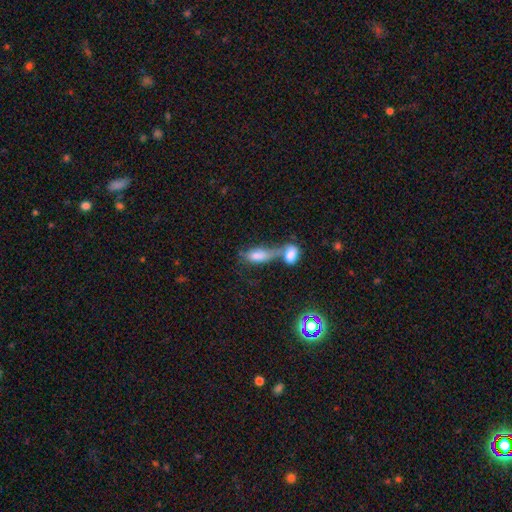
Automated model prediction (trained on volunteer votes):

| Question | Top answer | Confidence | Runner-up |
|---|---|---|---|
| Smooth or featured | smooth | 66% | featured or disk (19%) |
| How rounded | in between | 74% | cigar-shaped (19%) |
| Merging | merger | 61% | none (22%) |